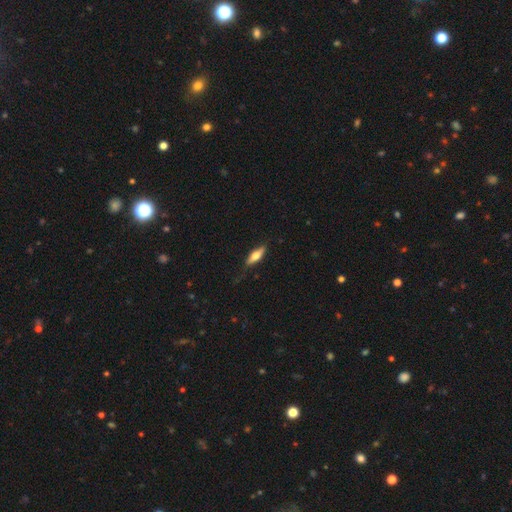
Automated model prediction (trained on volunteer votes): This appears to be a smooth galaxy with no disk features (56%) that is cigar-shaped (49%). Merging: none (75%).